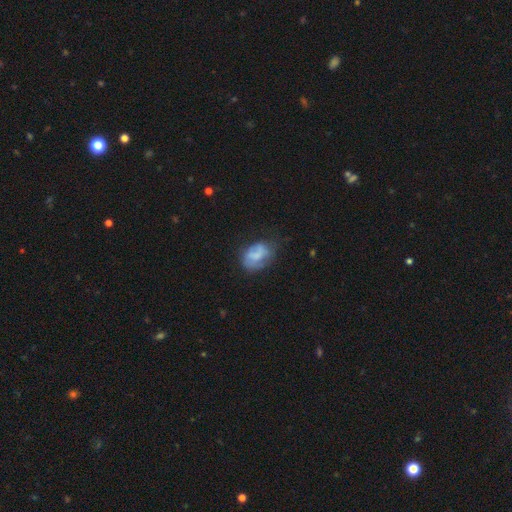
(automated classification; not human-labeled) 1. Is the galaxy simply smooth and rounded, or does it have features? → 64% smooth, 27% featured or disk, 9% star or artifact.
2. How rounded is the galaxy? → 78% in between, 21% round, 1% cigar-shaped.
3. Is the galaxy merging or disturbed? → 46% none, 31% minor disturbance, 19% major disturbance, 4% merger.